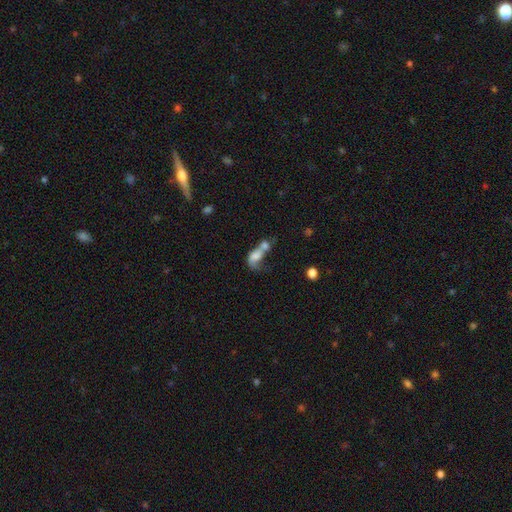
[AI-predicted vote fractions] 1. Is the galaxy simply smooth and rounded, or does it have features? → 58% smooth, 31% featured or disk, 11% star or artifact.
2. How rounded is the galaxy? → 75% in between, 18% round, 7% cigar-shaped.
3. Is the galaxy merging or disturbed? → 67% merger, 16% major disturbance, 11% none, 7% minor disturbance.